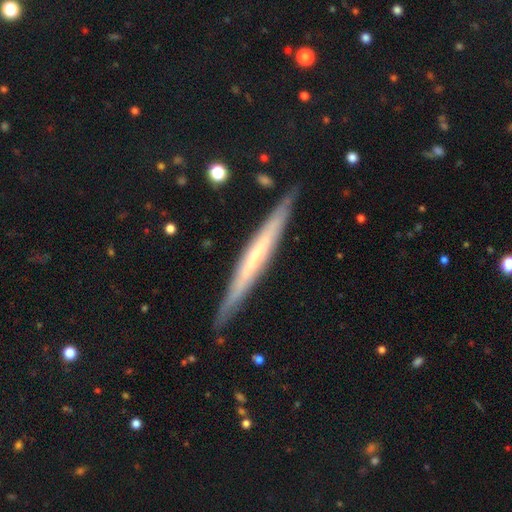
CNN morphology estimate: Overall: featured or disk (59%; smooth 34%). Edge-on disk: yes (94%). Edge-on bulge: none (71%). Merging: none (87%).